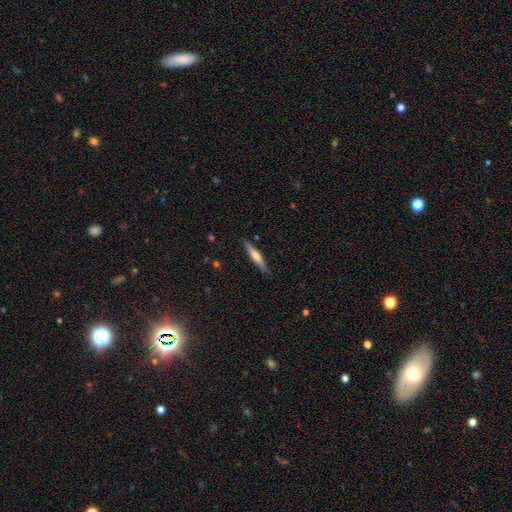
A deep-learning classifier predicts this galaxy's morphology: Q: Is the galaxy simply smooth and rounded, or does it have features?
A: featured or disk — 51%.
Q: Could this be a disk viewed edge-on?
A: yes — 96%.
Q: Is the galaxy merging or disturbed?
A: none — 88%.